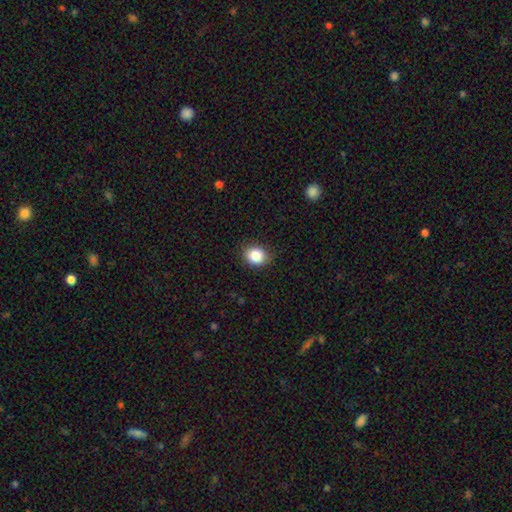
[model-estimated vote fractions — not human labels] A smooth galaxy with no disk features (85%) that is round (64%). Merging: none (87%).